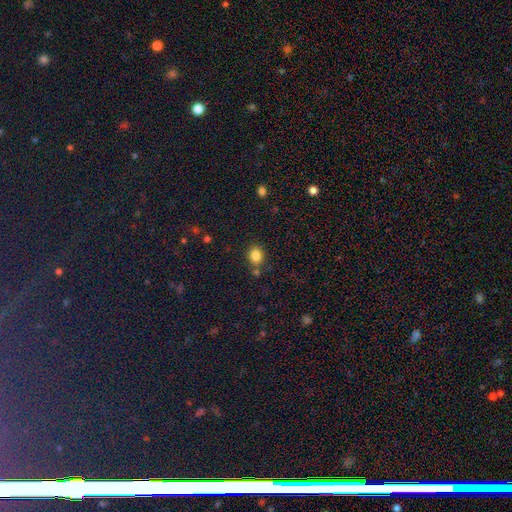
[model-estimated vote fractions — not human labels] This appears to be a smooth galaxy with no disk features (83%) that is round (62%). Merging: none (77%).